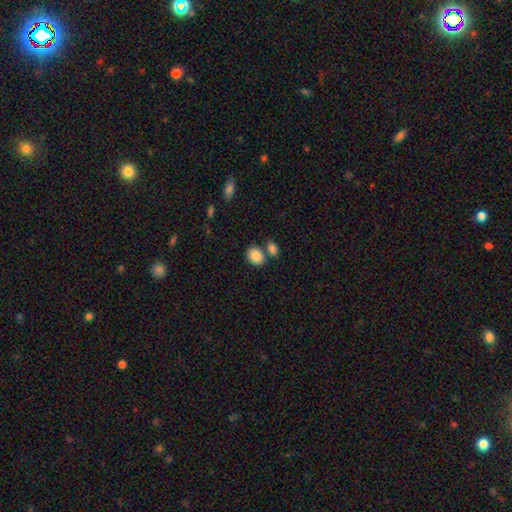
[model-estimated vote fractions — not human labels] Smooth or featured? Predicted: smooth (p=0.85). How rounded? Predicted: in between (p=0.58). Merging? Predicted: none (p=0.64).